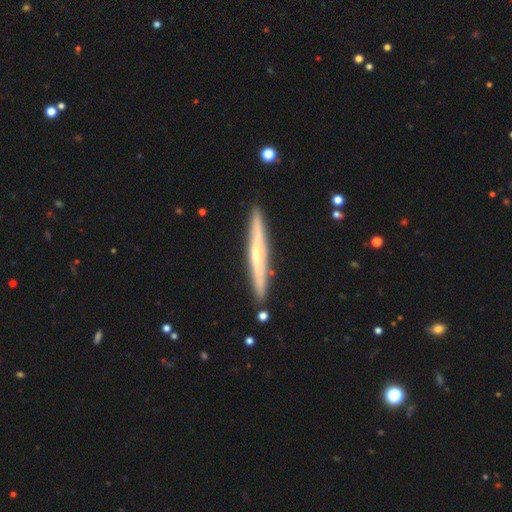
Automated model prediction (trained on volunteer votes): Smooth or featured?
  - featured or disk: 53% *
  - smooth: 42%
  - star or artifact: 5%
Edge-on disk?
  - yes: 93% *
  - no: 7%
Merging?
  - none: 86% *
  - minor disturbance: 9%
  - merger: 3%
  - major disturbance: 2%